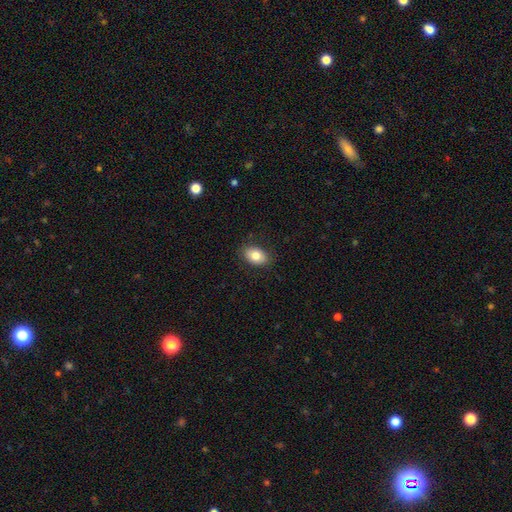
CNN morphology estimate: Overall: smooth (81%). How rounded: in between (86%). Merging: none (86%).